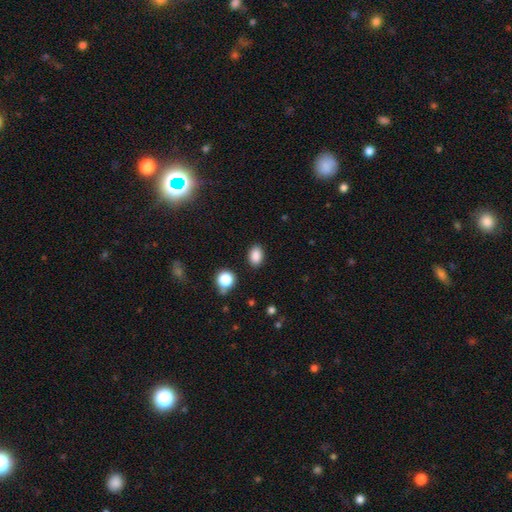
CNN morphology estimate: smooth 87%, star or artifact 10%, featured or disk 3%. Down the decision tree: how rounded — in between (77%); merging — none (87%).